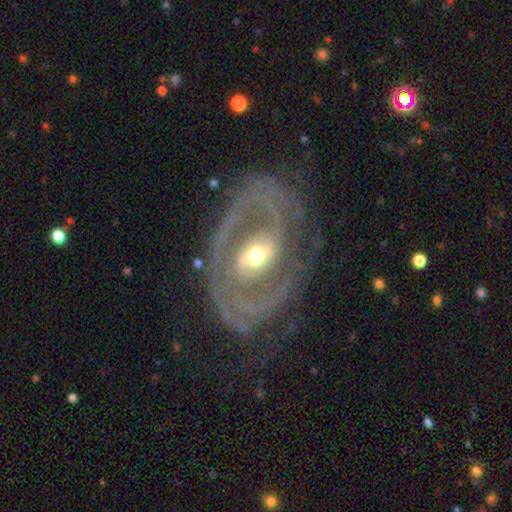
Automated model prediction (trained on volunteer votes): This is clearly a featured or disk galaxy (90%). It is clearly not viewed edge-on (96%). Bar: marginally weak (40%). Spiral arm pattern: clearly yes (94%). Spiral arm count: possibly 2 (60%). Spiral winding: possibly tight (48%). Central bulge: likely moderate (63%). Merging: likely none (70%).